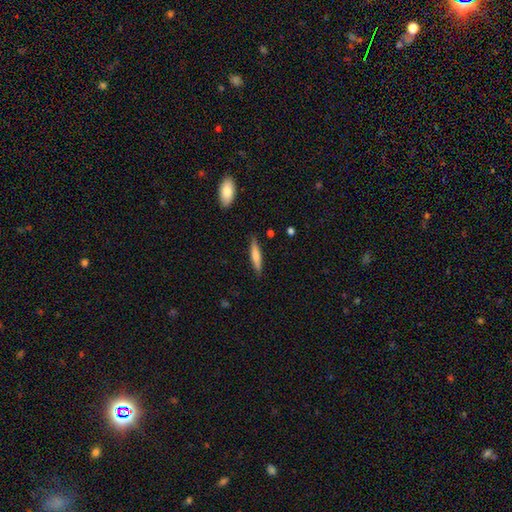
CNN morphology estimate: Smooth or featured? smooth (66%)
How rounded? cigar-shaped (87%)
Merging? none (86%)